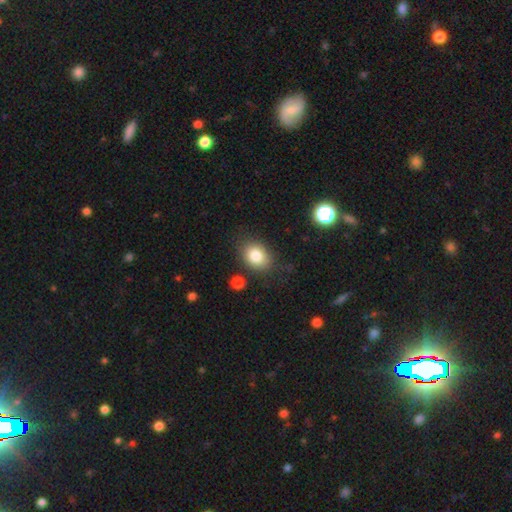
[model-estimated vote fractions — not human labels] Smooth or featured? Predicted: smooth (p=0.83). How rounded? Predicted: in between (p=0.65). Merging? Predicted: none (p=0.78).